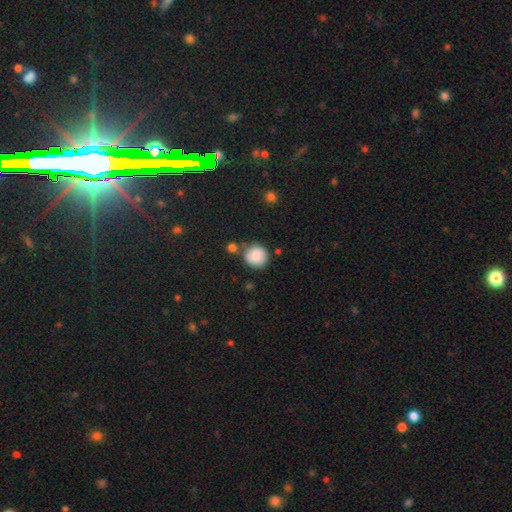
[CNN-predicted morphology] smooth-or-featured: smooth: 86% | star or artifact: 8% | featured or disk: 6%
  how-rounded: round: 91% | in between: 8% | cigar-shaped: 1%
  merging: none: 74% | minor disturbance: 12% | merger: 10% | major disturbance: 4%